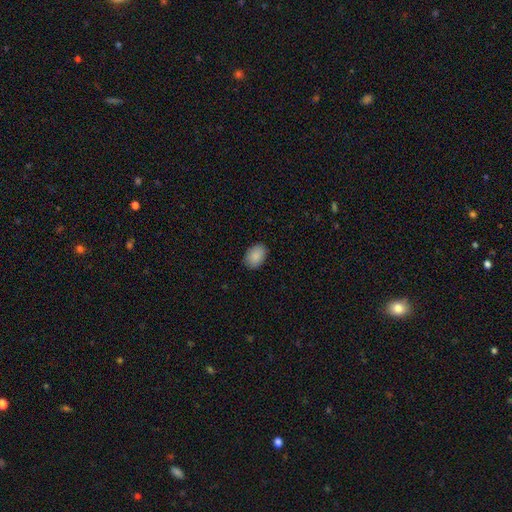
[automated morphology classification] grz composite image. It shows a smooth galaxy with no disk features (88%) that is in between round and cigar-shaped (82%). Merging: none (88%).